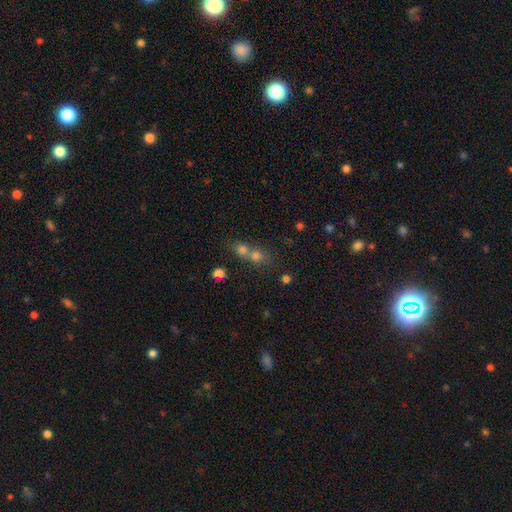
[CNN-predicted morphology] smooth-or-featured: smooth: 70% | star or artifact: 17% | featured or disk: 14%
  how-rounded: round: 69% | in between: 28% | cigar-shaped: 3%
  merging: merger: 63% | none: 29% | minor disturbance: 5% | major disturbance: 3%